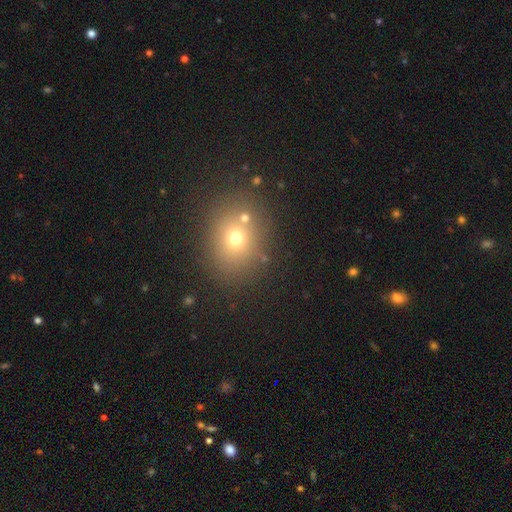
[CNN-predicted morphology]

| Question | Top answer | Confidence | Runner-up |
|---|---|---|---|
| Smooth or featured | smooth | 63% | star or artifact (23%) |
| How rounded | round | 61% | in between (38%) |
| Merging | none | 74% | merger (13%) |